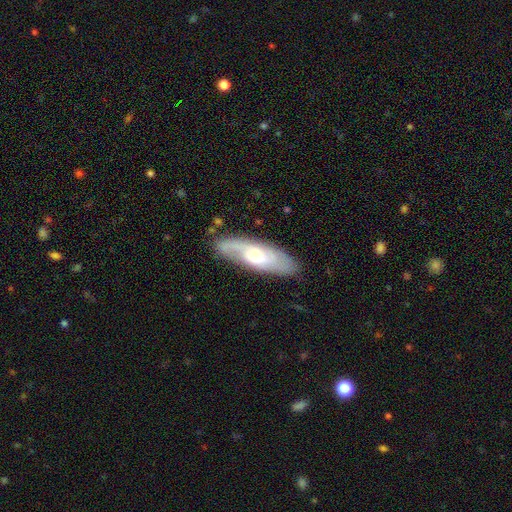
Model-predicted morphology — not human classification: smooth_or_featured: featured or disk (p=0.65) [alt: smooth p=0.29]
disk_edge_on: no (p=0.81) [alt: yes p=0.19]
bar: no (p=0.62) [alt: weak p=0.32]
has_spiral_arms: yes (p=0.85) [alt: no p=0.15]
bulge_size: moderate (p=0.56) [alt: small p=0.33]
merging: none (p=0.81) [alt: minor disturbance p=0.14]